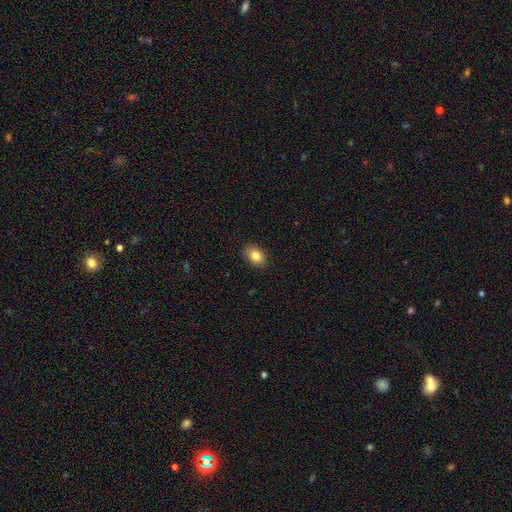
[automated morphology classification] Smooth or featured: smooth — 84% (star or artifact — 9%)
How rounded: in between — 77% (round — 22%)
Merging: none — 87% (minor disturbance — 10%)